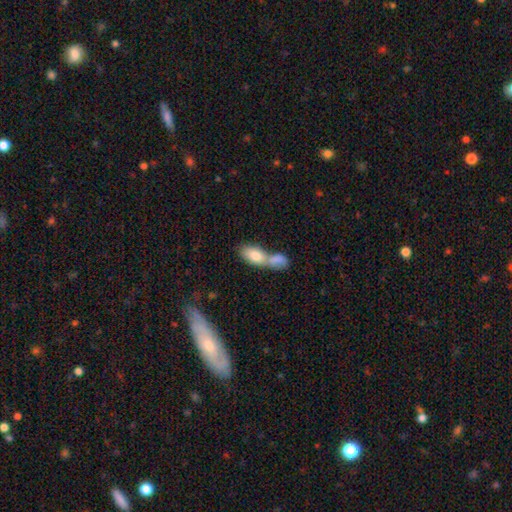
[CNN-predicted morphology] A smooth galaxy with no disk features (77%) that is in between round and cigar-shaped (84%). Merging: merger (65%).